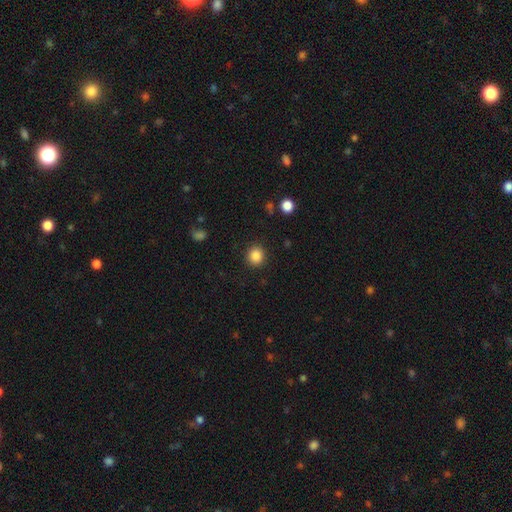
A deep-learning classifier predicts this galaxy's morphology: Q: Smooth or featured?
A: smooth (87%); runner-up: star or artifact (10%)
Q: How rounded?
A: round (88%); runner-up: in between (11%)
Q: Merging?
A: none (90%); runner-up: minor disturbance (6%)